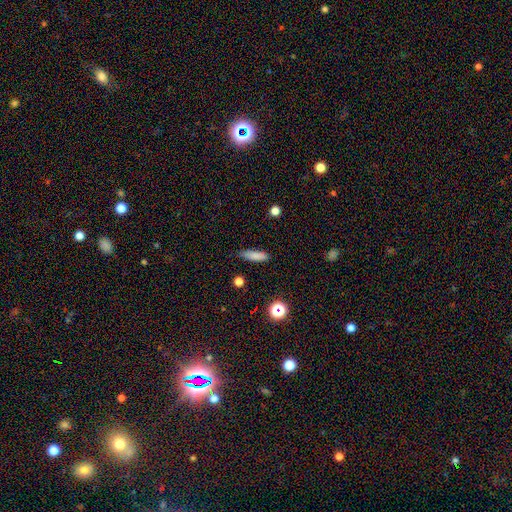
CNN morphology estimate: This is clearly a smooth galaxy (82%). How rounded: likely cigar-shaped (68%). Merging: clearly none (81%).